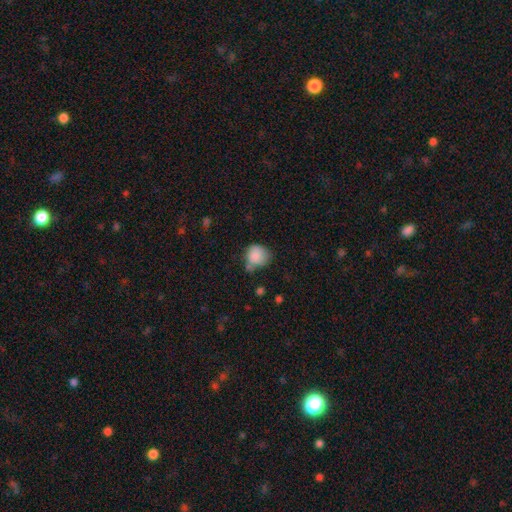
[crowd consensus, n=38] Smooth or featured?
  - smooth: 95% *
  - featured or disk: 5%
  - star or artifact: 0%
How rounded?
  - round: 67% *
  - in between: 33%
  - cigar-shaped: 0%
Merging?
  - none: 42% *
  - minor disturbance: 39%
  - major disturbance: 11%
  - merger: 8%